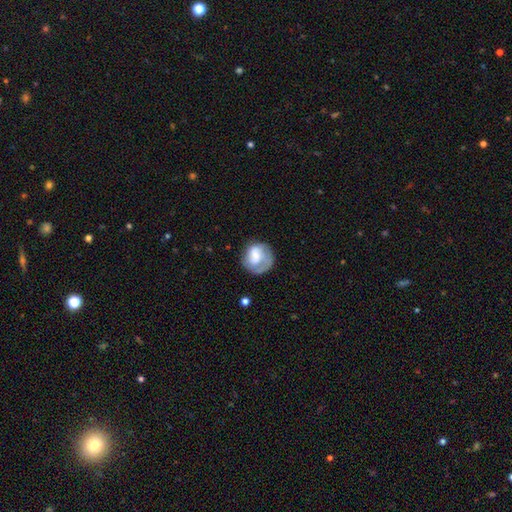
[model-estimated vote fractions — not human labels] smooth_or_featured: smooth (p=0.55) [alt: featured or disk p=0.38]
how_rounded: round (p=0.78) [alt: in between p=0.21]
merging: none (p=0.52) [alt: minor disturbance p=0.25]